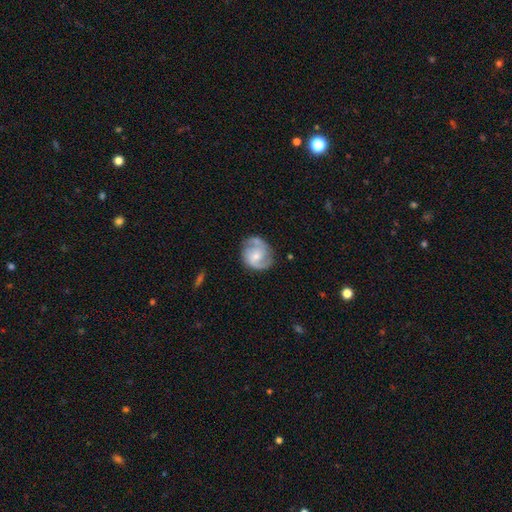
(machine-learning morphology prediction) featured or disk 75%, smooth 19%, star or artifact 6%. Down the decision tree: edge-on disk — no (98%); bar — no (55%); spiral arms — yes (92%); spiral arm count — 2 (78%); spiral winding — medium (50%); bulge size — small (51%); merging — none (66%).